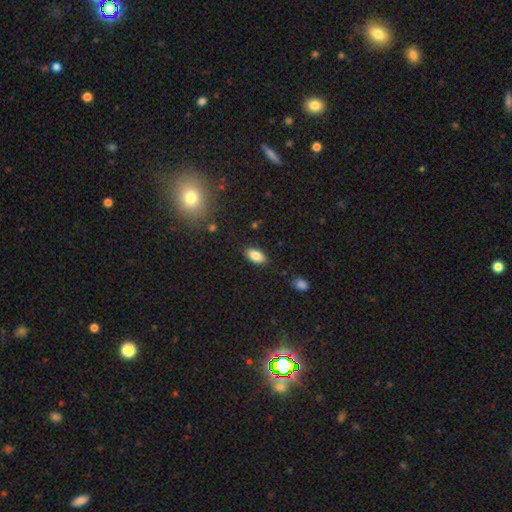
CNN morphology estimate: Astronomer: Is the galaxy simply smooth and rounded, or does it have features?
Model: smooth — 83%.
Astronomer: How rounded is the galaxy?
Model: in between — 90%.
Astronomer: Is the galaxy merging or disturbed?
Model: none — 86%.